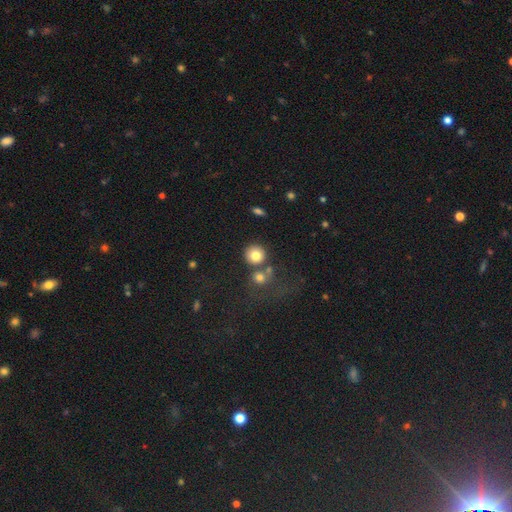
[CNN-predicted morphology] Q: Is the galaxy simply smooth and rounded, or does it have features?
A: smooth — 79%.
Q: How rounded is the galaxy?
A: round — 90%.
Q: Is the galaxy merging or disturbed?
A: none — 70%.